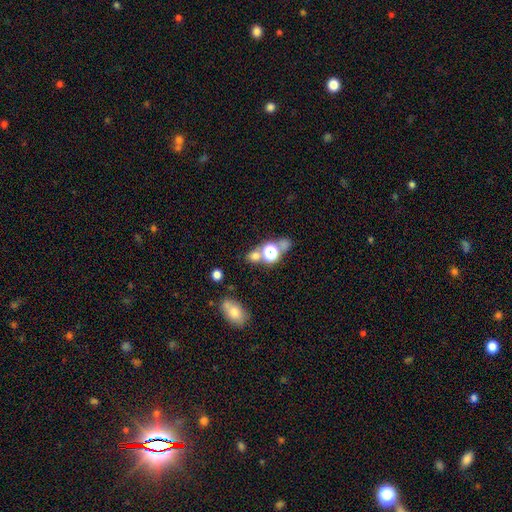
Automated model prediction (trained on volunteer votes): smooth_or_featured: smooth (p=0.62) [alt: star or artifact p=0.29]
how_rounded: round (p=0.67) [alt: in between p=0.30]
merging: none (p=0.59) [alt: merger p=0.25]